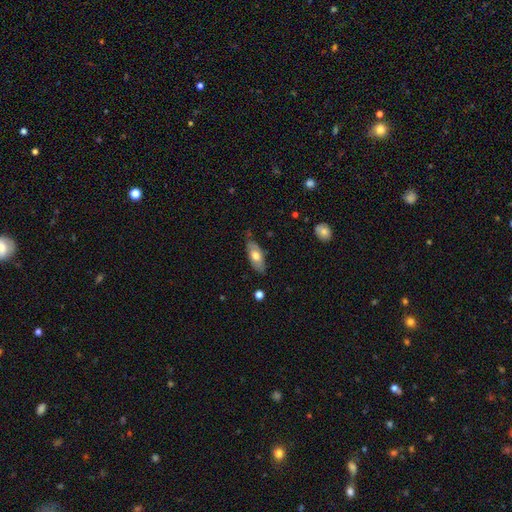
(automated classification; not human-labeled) The model was most divided on "smooth or featured": smooth: 61%, featured or disk: 34%, star or artifact: 6%. More confident: how rounded — in between (83%); merging — none (78%).